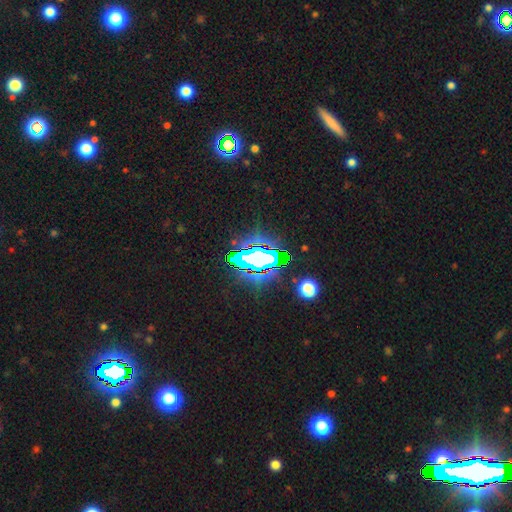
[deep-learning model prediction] Overall: star or artifact (66%).